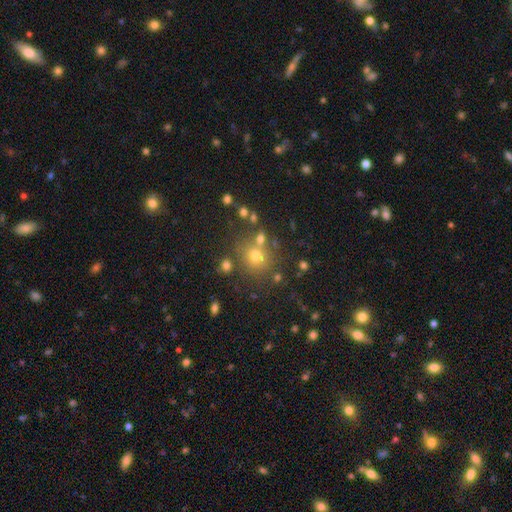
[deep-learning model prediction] Q: Smooth or featured?
A: smooth (65%); runner-up: star or artifact (24%)
Q: How rounded?
A: round (79%); runner-up: in between (20%)
Q: Merging?
A: none (70%); runner-up: merger (14%)